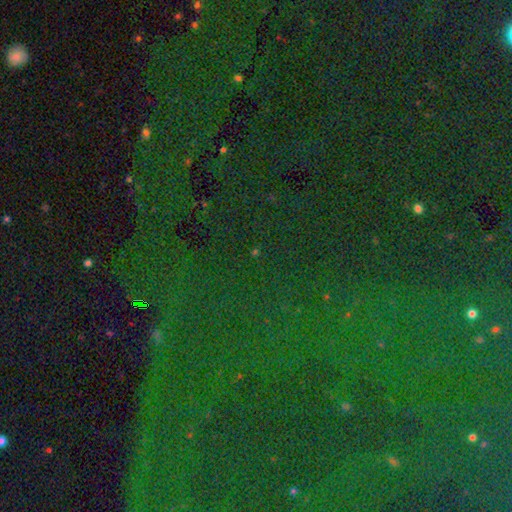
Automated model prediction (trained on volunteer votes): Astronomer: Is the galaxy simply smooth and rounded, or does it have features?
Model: star or artifact — 83%.